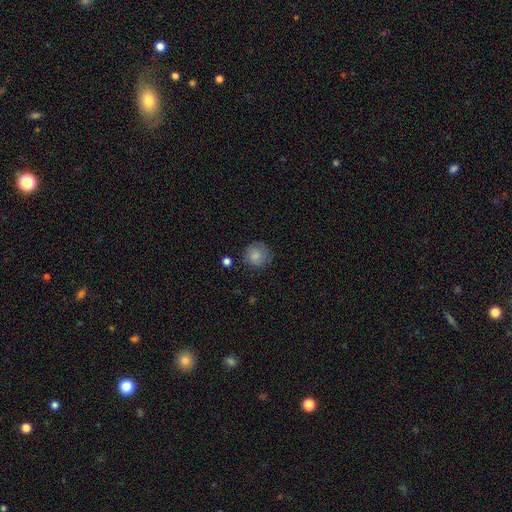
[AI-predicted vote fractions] This appears to be a smooth galaxy with no disk features (83%) that is round (91%). Merging: none (79%).